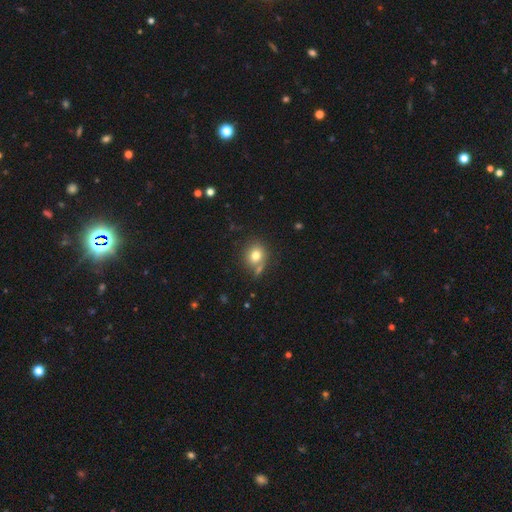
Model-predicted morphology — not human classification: Overall: smooth (77%). How rounded: round (75%). Merging: none (66%).